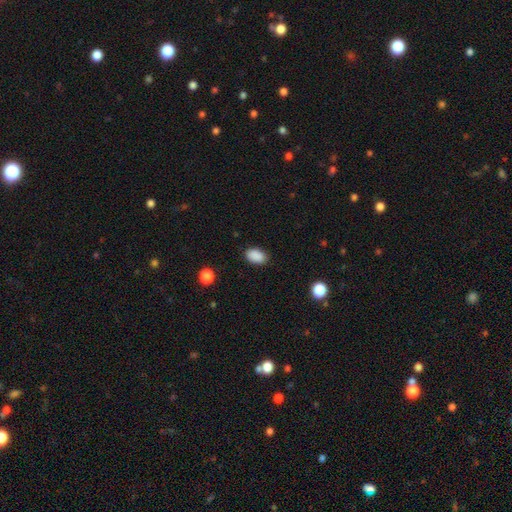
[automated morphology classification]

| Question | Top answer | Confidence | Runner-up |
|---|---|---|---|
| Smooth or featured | smooth | 89% | star or artifact (8%) |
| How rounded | in between | 89% | round (10%) |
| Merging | none | 87% | minor disturbance (10%) |